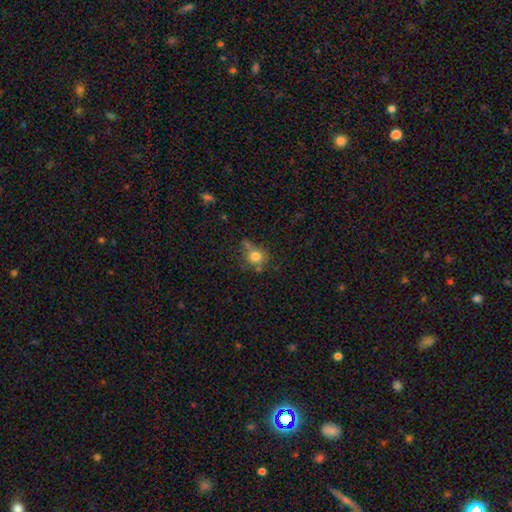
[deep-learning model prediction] smooth-or-featured: smooth: 77% | star or artifact: 12% | featured or disk: 11%
  how-rounded: round: 83% | in between: 16% | cigar-shaped: 1%
  merging: none: 55% | minor disturbance: 21% | merger: 16% | major disturbance: 8%